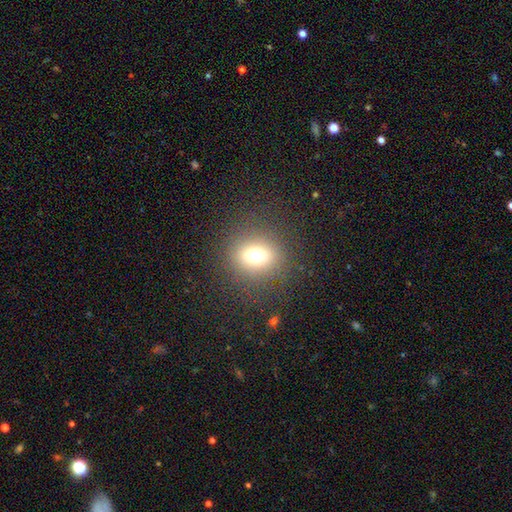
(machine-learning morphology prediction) A smooth galaxy with no disk features (68%) that is round (80%).

Vote fractions:
- Smooth or featured? smooth: 68% / star or artifact: 21% / featured or disk: 11%
- How rounded? round: 80% / in between: 18% / cigar-shaped: 1%
- Merging? none: 85% / minor disturbance: 8% / major disturbance: 6% / merger: 1%